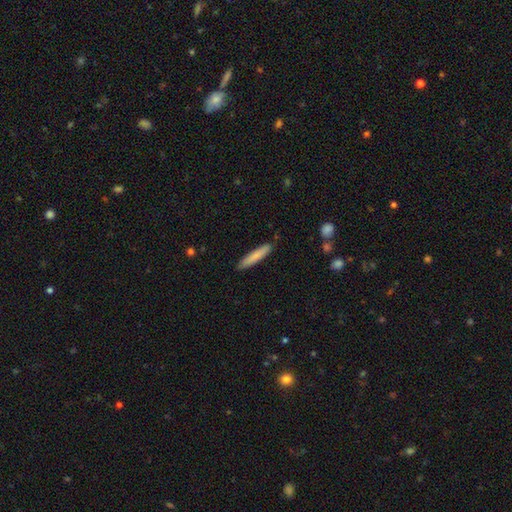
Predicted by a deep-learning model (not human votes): This is likely a smooth galaxy (79%). How rounded: clearly cigar-shaped (91%). Merging: clearly none (89%).